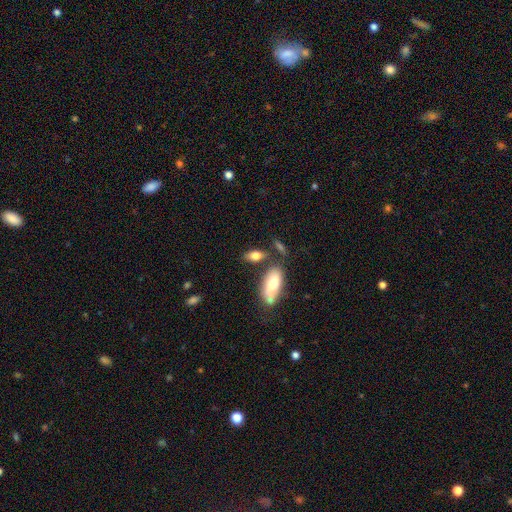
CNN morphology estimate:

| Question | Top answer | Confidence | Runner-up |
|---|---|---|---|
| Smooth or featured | smooth | 74% | featured or disk (18%) |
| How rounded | in between | 81% | cigar-shaped (14%) |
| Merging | none | 64% | merger (17%) |